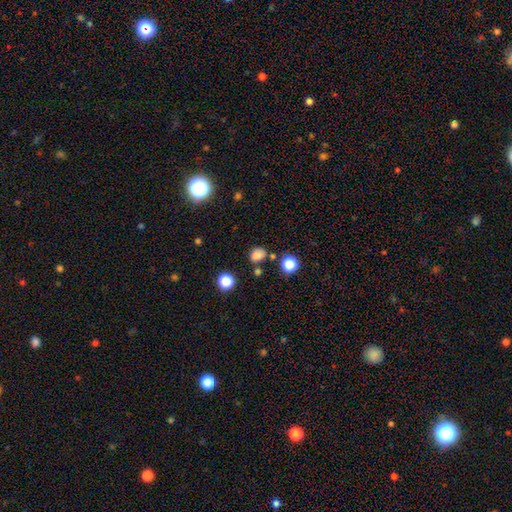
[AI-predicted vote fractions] Smooth or featured? Predicted: smooth (p=0.78). How rounded? Predicted: round (p=0.53). Merging? Predicted: none (p=0.72).